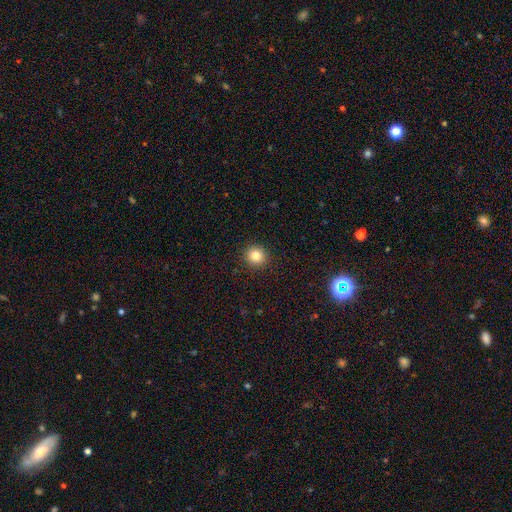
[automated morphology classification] The model was most divided on "smooth or featured": smooth: 84%, star or artifact: 11%, featured or disk: 5%. More confident: merging — none (92%); how rounded — round (92%).